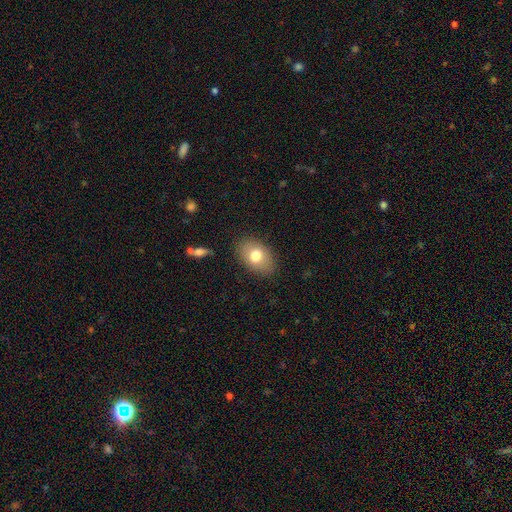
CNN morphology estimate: This appears to be a smooth galaxy with no disk features (75%) that is in between round and cigar-shaped (84%). Merging: none (85%).